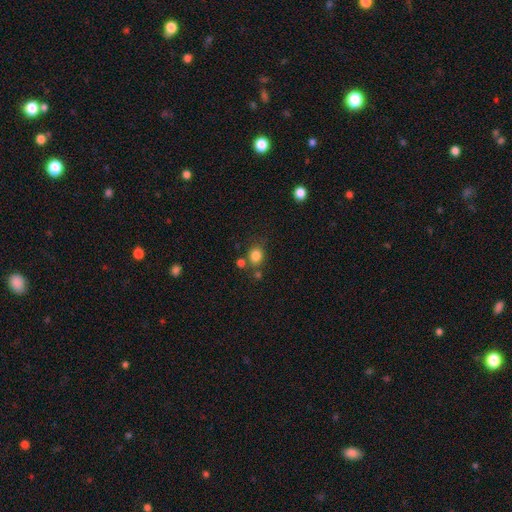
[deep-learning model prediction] smooth 82%, star or artifact 12%, featured or disk 6%. Down the decision tree: how rounded — round (70%); merging — none (67%).